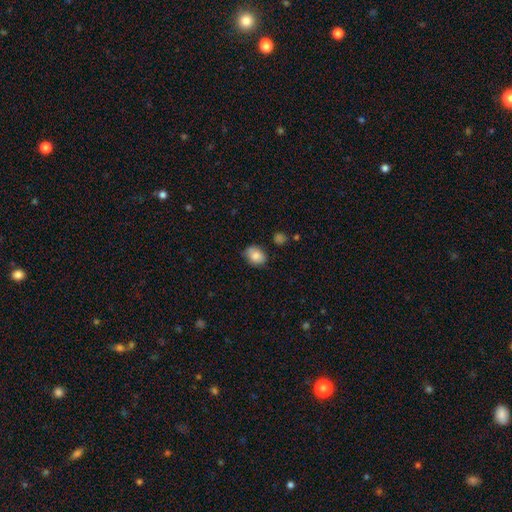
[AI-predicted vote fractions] This is clearly a smooth galaxy (83%). How rounded: possibly in between (57%). Merging: likely none (71%).